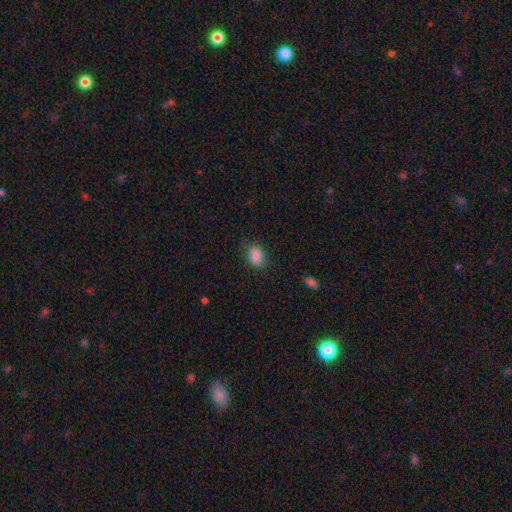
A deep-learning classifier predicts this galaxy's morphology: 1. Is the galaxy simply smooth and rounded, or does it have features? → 87% smooth, 8% star or artifact, 4% featured or disk.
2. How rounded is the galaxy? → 82% in between, 17% round, 1% cigar-shaped.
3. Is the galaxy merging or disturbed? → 80% none, 15% minor disturbance, 4% major disturbance, 1% merger.